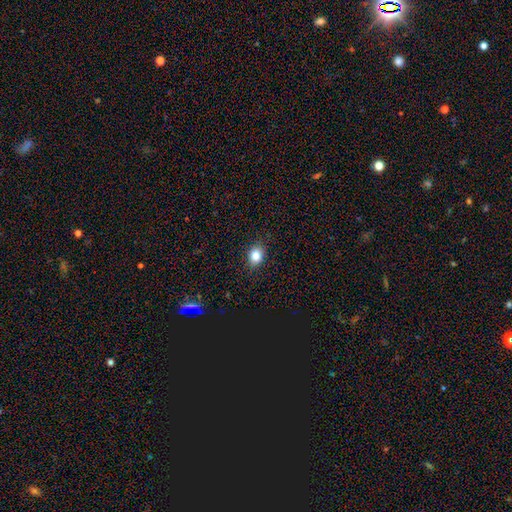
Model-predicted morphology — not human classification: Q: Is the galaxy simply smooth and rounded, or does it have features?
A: smooth — 83%.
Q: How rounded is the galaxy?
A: in between — 56%.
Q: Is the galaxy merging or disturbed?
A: none — 89%.